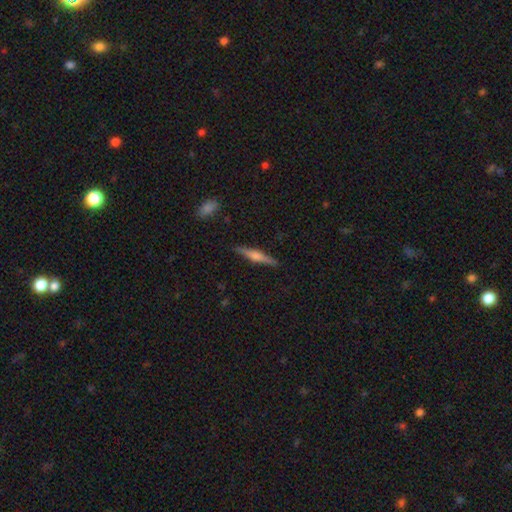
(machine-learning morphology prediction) Q: Smooth or featured?
A: featured or disk (68%); runner-up: smooth (26%)
Q: Edge-on disk?
A: yes (98%); runner-up: no (2%)
Q: Edge-on bulge?
A: rounded (79%); runner-up: boxy (15%)
Q: Merging?
A: none (90%); runner-up: minor disturbance (7%)